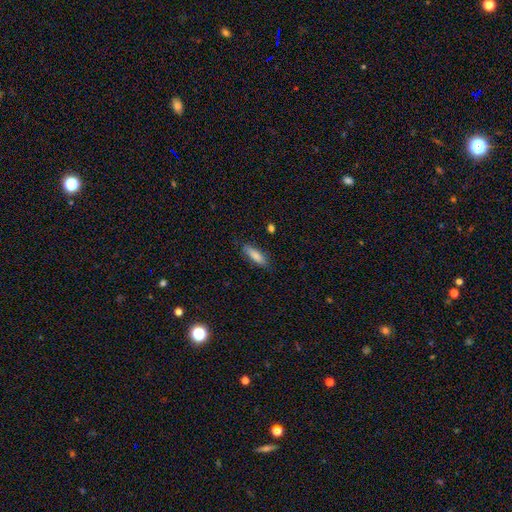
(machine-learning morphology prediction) The model was most divided on "how rounded": cigar-shaped: 52%, in between: 46%, round: 2%. More confident: merging — none (83%); smooth or featured — smooth (83%).